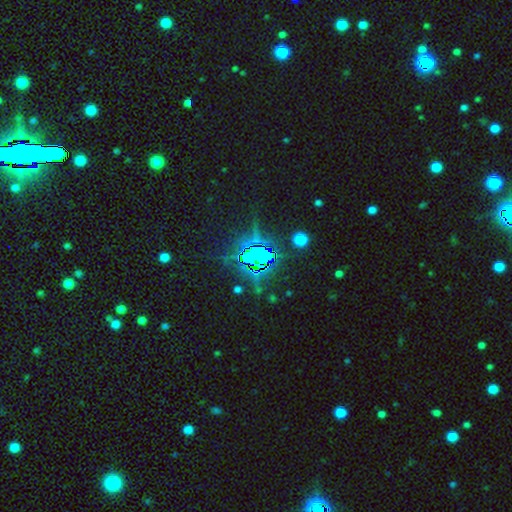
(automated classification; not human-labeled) A star or artifact, not a galaxy (76%).

Vote fractions:
- Smooth or featured? star or artifact: 76% / smooth: 13% / featured or disk: 11%